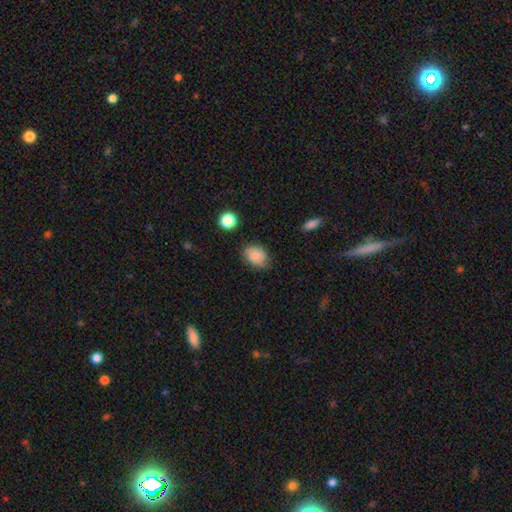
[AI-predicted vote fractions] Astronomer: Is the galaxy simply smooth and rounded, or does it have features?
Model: smooth — 86%.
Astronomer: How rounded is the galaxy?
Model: in between — 74%.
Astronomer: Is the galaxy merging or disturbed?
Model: none — 79%.